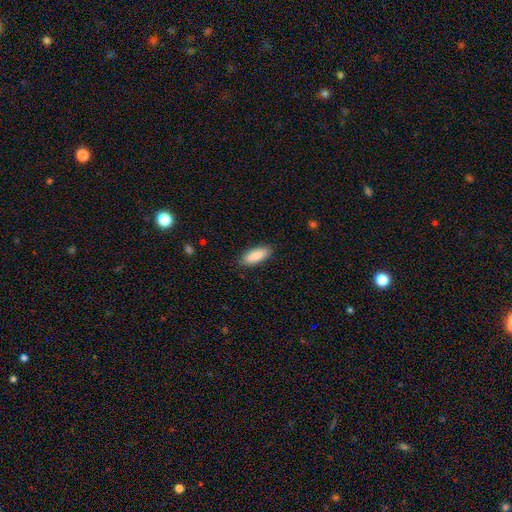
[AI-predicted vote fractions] smooth-or-featured: smooth: 88% | featured or disk: 7% | star or artifact: 5%
  how-rounded: in between: 73% | cigar-shaped: 25% | round: 2%
  merging: none: 87% | minor disturbance: 10% | major disturbance: 2% | merger: 1%